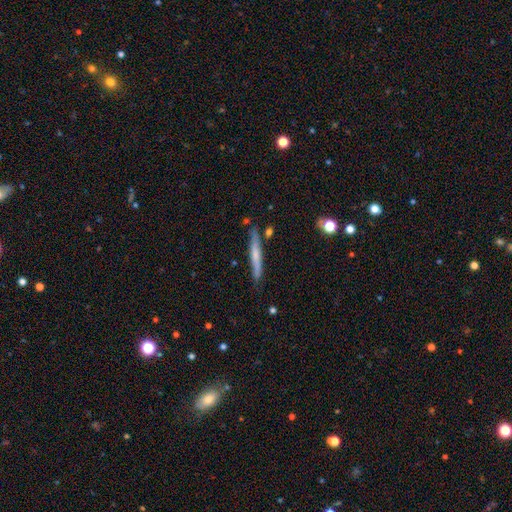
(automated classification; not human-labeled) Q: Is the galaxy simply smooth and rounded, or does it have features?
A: smooth — 51%.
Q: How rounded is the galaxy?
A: cigar-shaped — 95%.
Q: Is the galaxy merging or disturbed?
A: none — 83%.